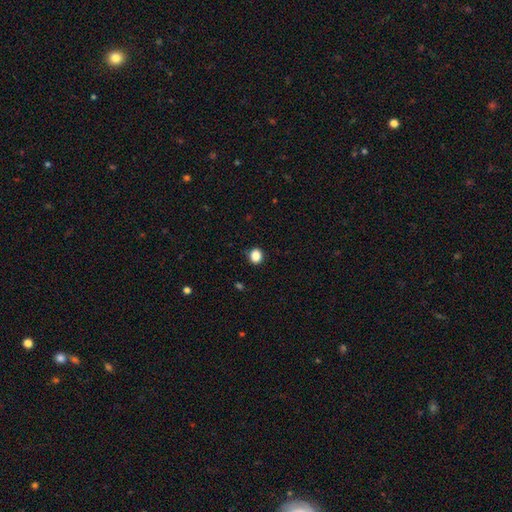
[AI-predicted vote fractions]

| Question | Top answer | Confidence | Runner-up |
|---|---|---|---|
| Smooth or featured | smooth | 87% | star or artifact (10%) |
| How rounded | round | 71% | in between (28%) |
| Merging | none | 89% | minor disturbance (7%) |